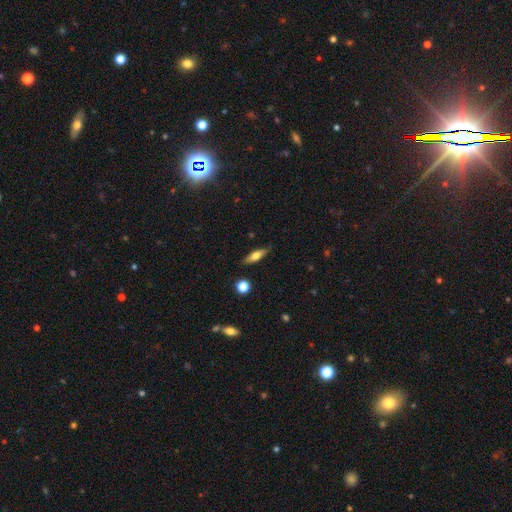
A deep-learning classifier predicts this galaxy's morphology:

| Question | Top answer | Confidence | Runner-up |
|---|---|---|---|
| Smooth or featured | smooth | 58% | featured or disk (34%) |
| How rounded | cigar-shaped | 54% | in between (43%) |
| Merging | none | 84% | minor disturbance (12%) |